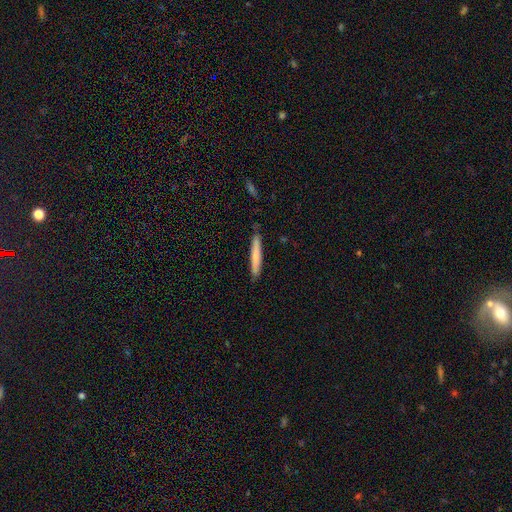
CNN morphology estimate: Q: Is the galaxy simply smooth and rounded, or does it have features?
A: smooth — 75%.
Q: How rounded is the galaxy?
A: cigar-shaped — 95%.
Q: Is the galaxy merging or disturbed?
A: none — 86%.